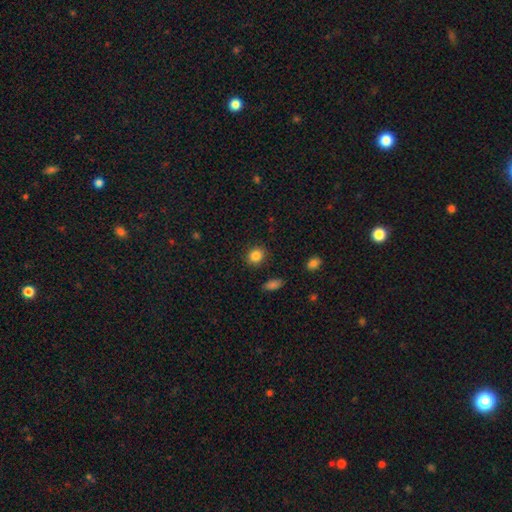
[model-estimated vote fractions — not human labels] A smooth galaxy with no disk features (85%) that is round (74%).

Vote fractions:
- Smooth or featured? smooth: 85% / star or artifact: 10% / featured or disk: 5%
- How rounded? round: 74% / in between: 25% / cigar-shaped: 1%
- Merging? none: 88% / minor disturbance: 8% / major disturbance: 2% / merger: 2%